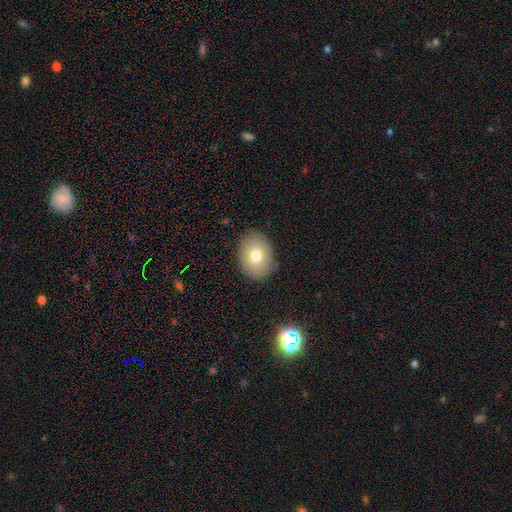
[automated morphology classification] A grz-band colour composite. It shows a smooth galaxy with no disk features (75%) that is in between round and cigar-shaped (72%). Merging: none (86%).